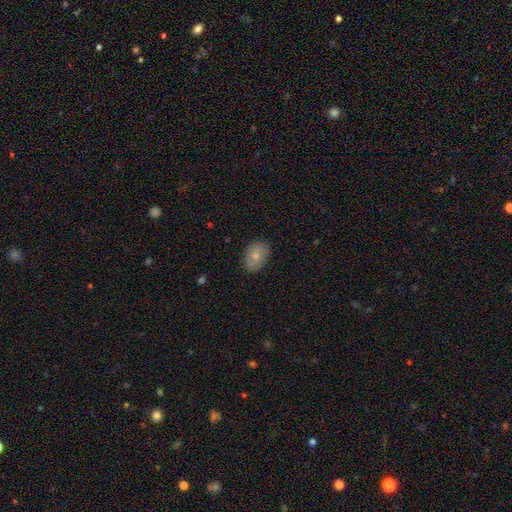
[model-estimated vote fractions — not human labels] smooth_or_featured: smooth (p=0.71) [alt: featured or disk p=0.22]
how_rounded: in between (p=0.79) [alt: round p=0.20]
merging: none (p=0.83) [alt: minor disturbance p=0.13]